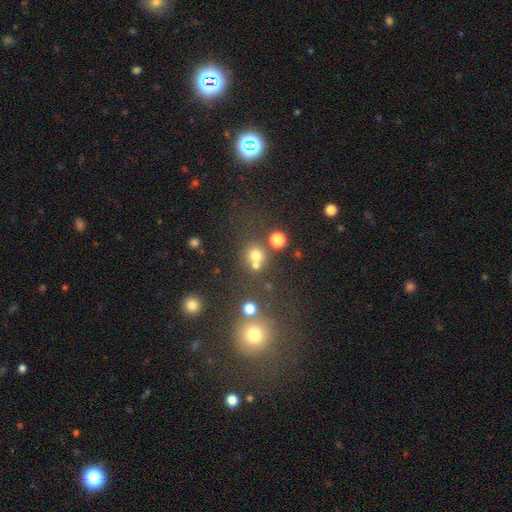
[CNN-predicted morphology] type=smooth (69%); roundness=round (87%); merging=none (57%).